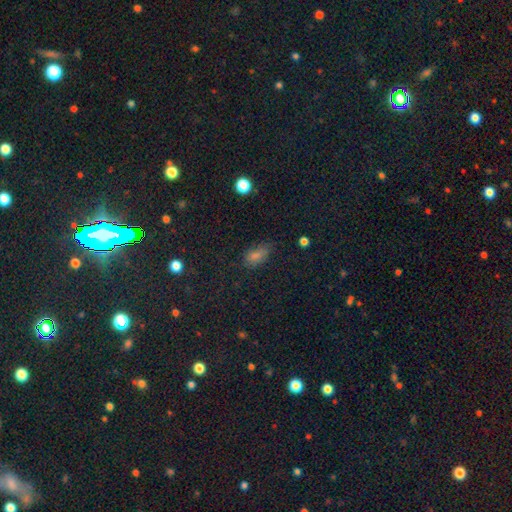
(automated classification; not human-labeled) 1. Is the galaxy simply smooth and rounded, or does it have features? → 63% smooth, 28% star or artifact, 9% featured or disk.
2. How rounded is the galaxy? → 80% in between, 10% round, 9% cigar-shaped.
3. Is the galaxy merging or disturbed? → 63% none, 25% minor disturbance, 9% major disturbance, 3% merger.